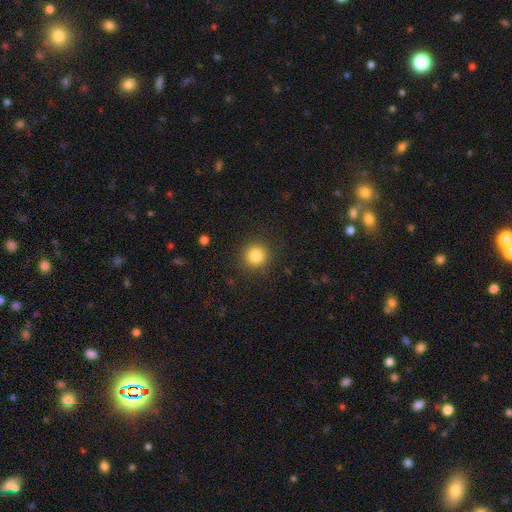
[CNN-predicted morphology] This appears to be a smooth galaxy with no disk features (83%) that is round (94%). Merging: none (90%).